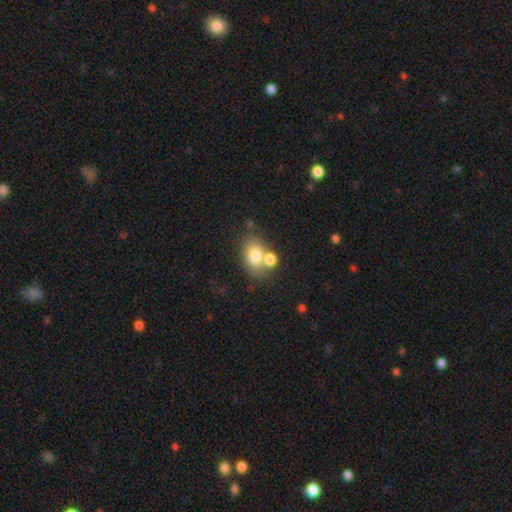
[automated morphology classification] Smooth or featured? smooth (76%)
How rounded? in between (72%)
Merging? none (49%)